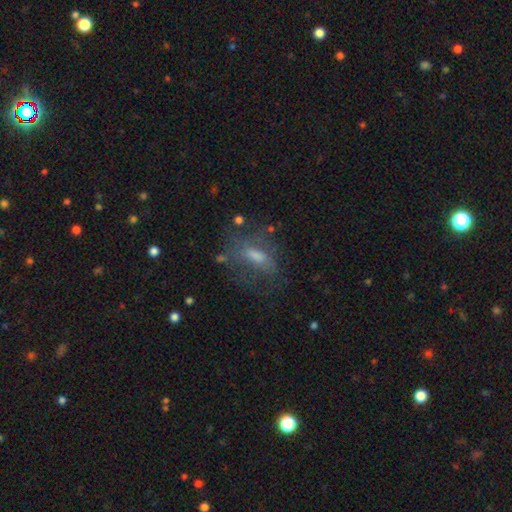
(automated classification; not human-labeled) smooth-or-featured: smooth: 48% | featured or disk: 39% | star or artifact: 13%
  merging: none: 49% | major disturbance: 25% | minor disturbance: 22% | merger: 4%